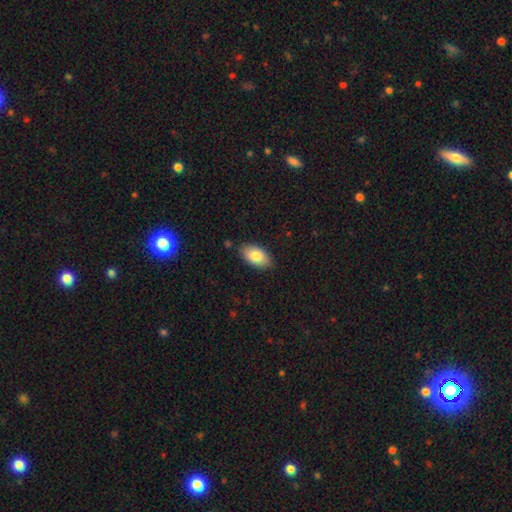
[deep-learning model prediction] This appears to be a smooth galaxy with no disk features (83%) that is in between round and cigar-shaped (94%). Merging: none (85%).